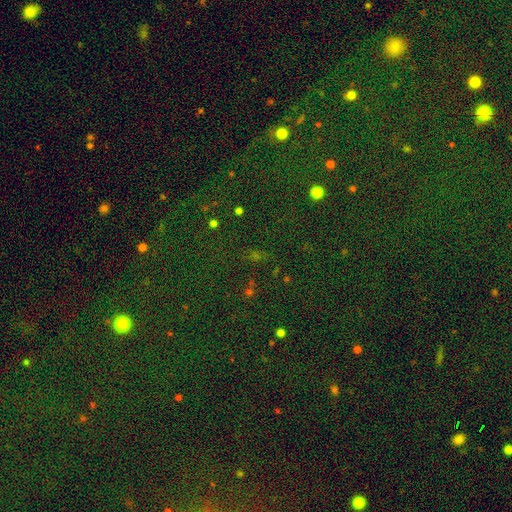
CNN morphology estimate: smooth-or-featured: star or artifact: 70% | smooth: 22% | featured or disk: 8%